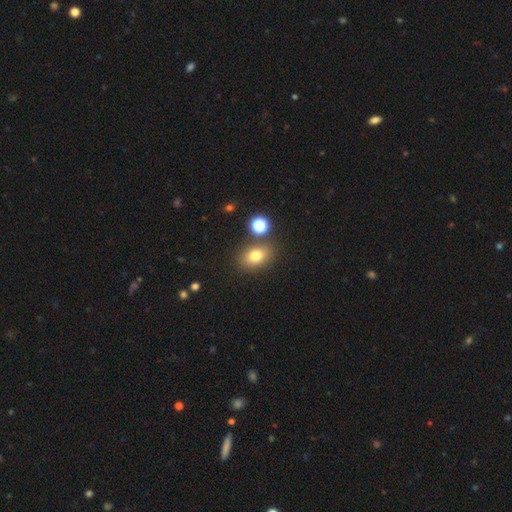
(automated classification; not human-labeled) Smooth or featured? smooth (77%)
How rounded? in between (68%)
Merging? none (78%)